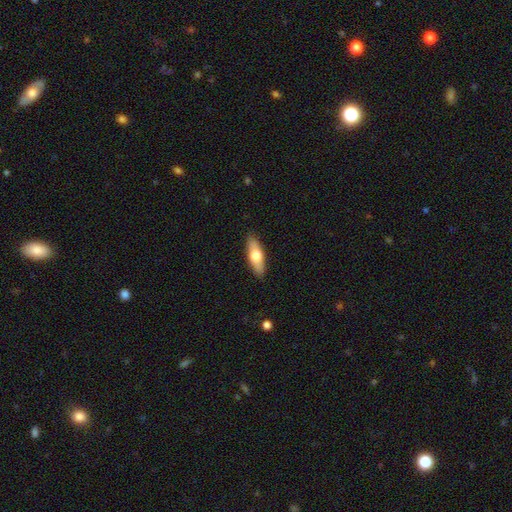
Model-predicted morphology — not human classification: smooth-or-featured: smooth: 60% | featured or disk: 35% | star or artifact: 5%
  how-rounded: in between: 55% | cigar-shaped: 42% | round: 3%
  merging: none: 89% | minor disturbance: 8% | major disturbance: 2% | merger: 1%